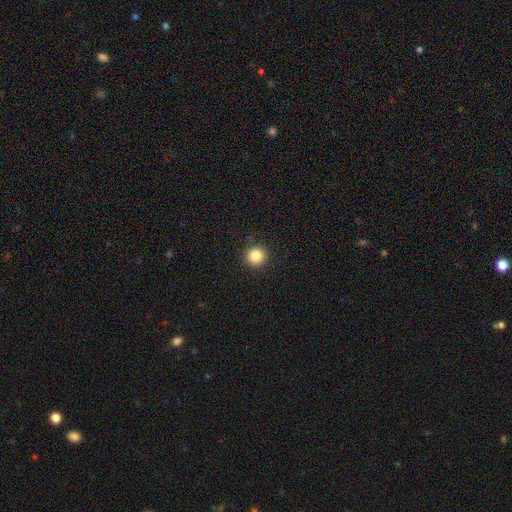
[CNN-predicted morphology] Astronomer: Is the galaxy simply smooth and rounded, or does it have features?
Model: smooth — 85%.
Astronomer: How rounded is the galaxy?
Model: round — 94%.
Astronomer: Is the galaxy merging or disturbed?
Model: none — 91%.